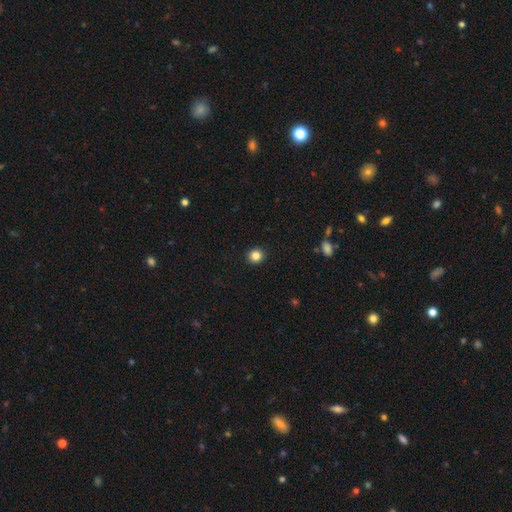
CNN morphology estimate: Smooth or featured? Predicted: smooth (p=0.84). How rounded? Predicted: round (p=0.89). Merging? Predicted: none (p=0.93).